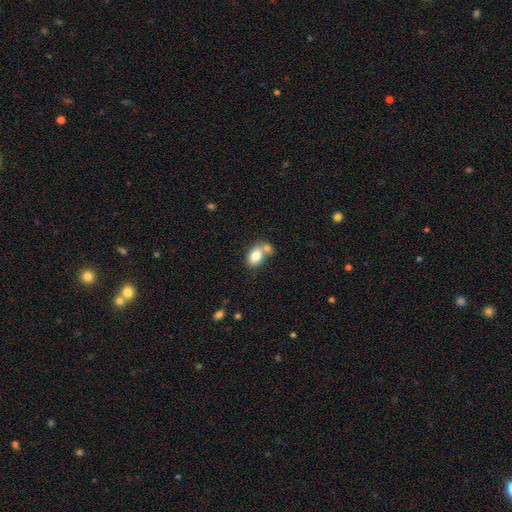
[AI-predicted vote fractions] Smooth or featured: smooth — 78% (featured or disk — 14%)
How rounded: in between — 81% (round — 18%)
Merging: merger — 47% (none — 37%)